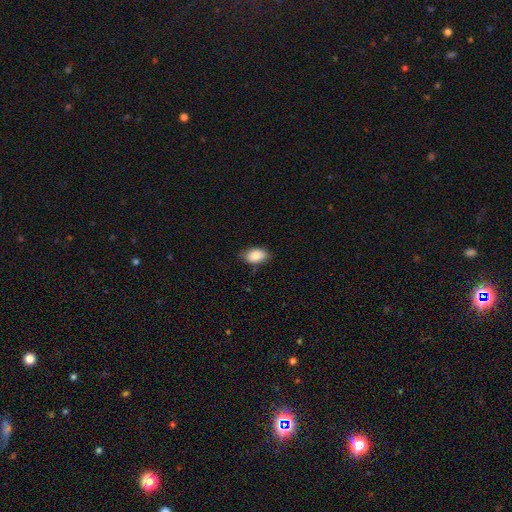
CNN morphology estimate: smooth-or-featured: smooth: 85% | featured or disk: 8% | star or artifact: 7%
  how-rounded: in between: 88% | round: 10% | cigar-shaped: 1%
  merging: none: 78% | minor disturbance: 18% | major disturbance: 3% | merger: 1%